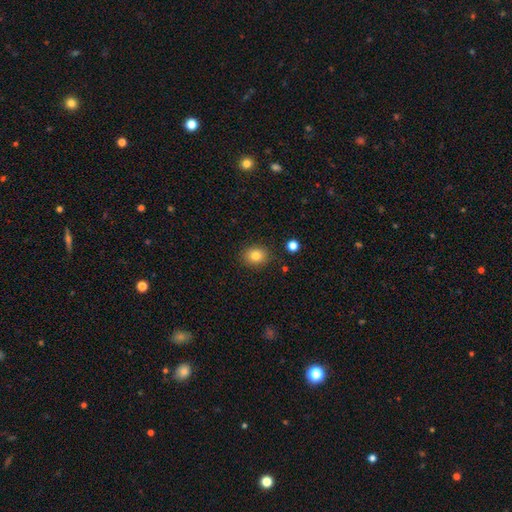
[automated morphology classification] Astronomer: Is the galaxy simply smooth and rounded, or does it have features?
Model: smooth — 82%.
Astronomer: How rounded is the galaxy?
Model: round — 63%.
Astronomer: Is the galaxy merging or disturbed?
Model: none — 86%.